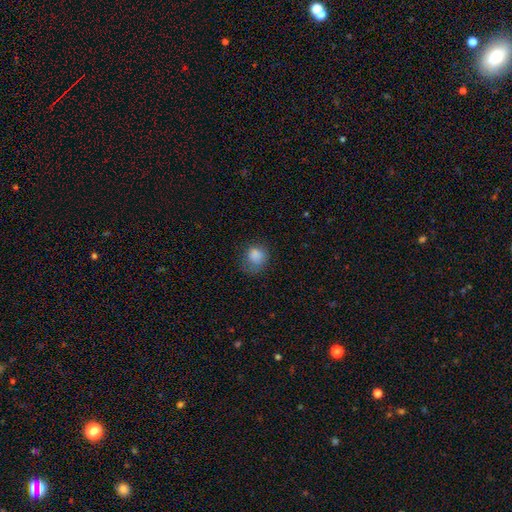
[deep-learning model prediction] smooth_or_featured: smooth (p=0.84) [alt: star or artifact p=0.09]
how_rounded: round (p=0.77) [alt: in between p=0.22]
merging: none (p=0.56) [alt: minor disturbance p=0.26]